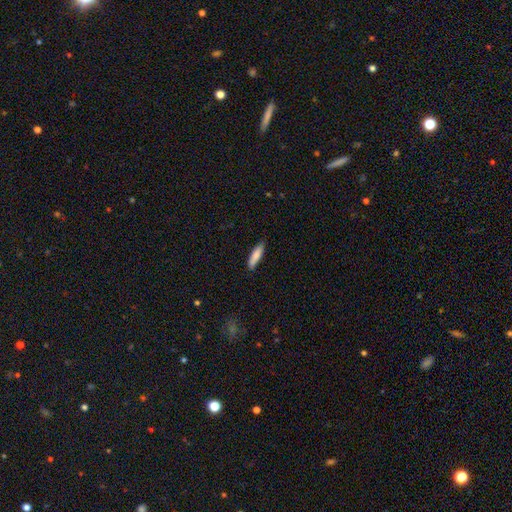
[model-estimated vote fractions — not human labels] smooth-or-featured: smooth: 82% | featured or disk: 12% | star or artifact: 6%
  how-rounded: cigar-shaped: 72% | in between: 26% | round: 1%
  merging: none: 83% | minor disturbance: 14% | major disturbance: 2% | merger: 1%